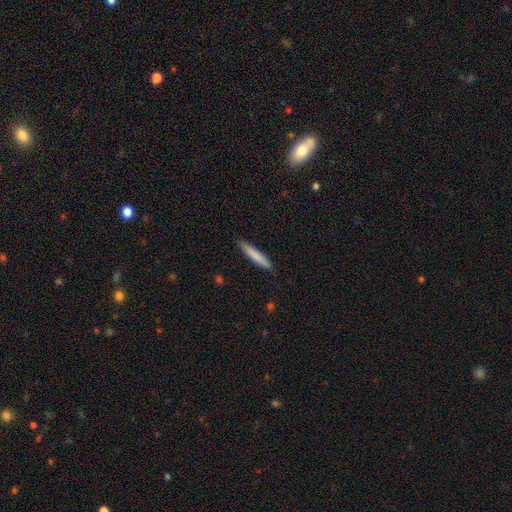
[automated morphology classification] This is likely a smooth galaxy (79%). How rounded: clearly cigar-shaped (93%). Merging: clearly none (87%).